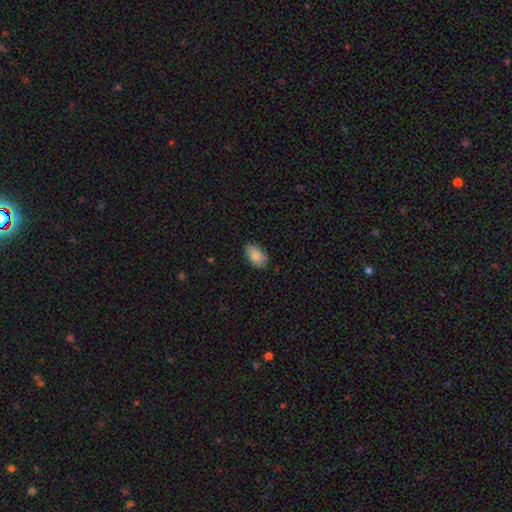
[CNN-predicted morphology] This appears to be a smooth galaxy with no disk features (80%) that is in between round and cigar-shaped (92%). Merging: none (83%).